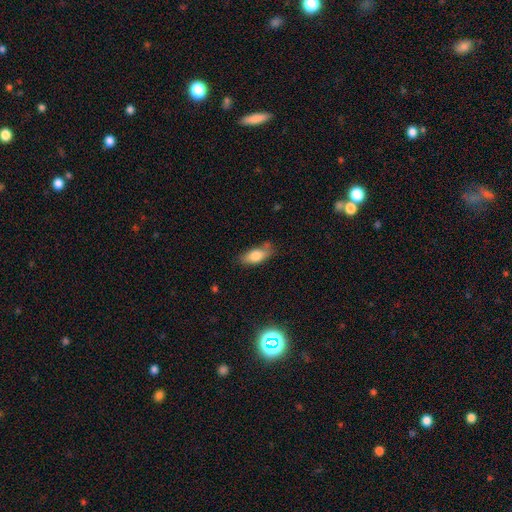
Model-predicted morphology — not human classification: type=smooth (77%); roundness=in between (81%); merging=none (63%).